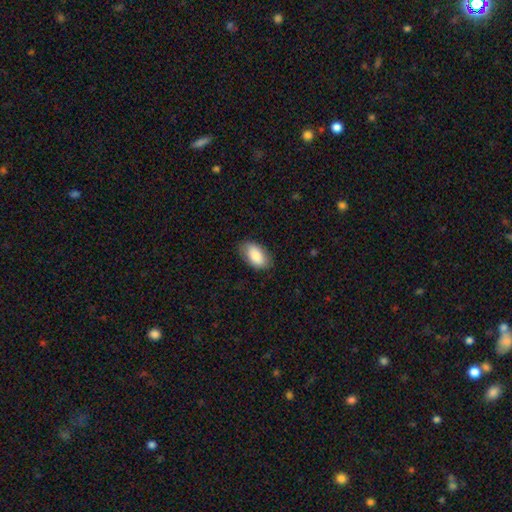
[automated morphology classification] Overall: smooth (85%). How rounded: in between (95%). Merging: none (80%).